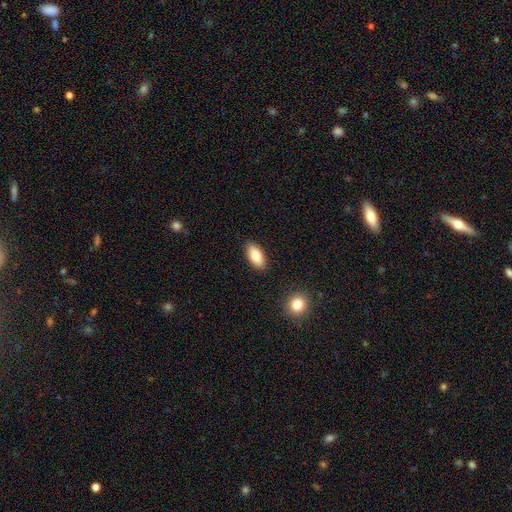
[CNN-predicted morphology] Overall: smooth (81%). How rounded: in between (90%). Merging: none (89%).